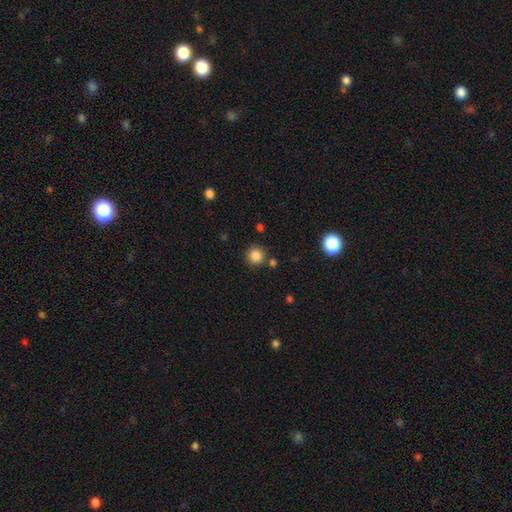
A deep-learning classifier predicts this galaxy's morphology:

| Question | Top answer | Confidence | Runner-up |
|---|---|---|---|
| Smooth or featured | smooth | 85% | star or artifact (11%) |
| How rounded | round | 94% | in between (5%) |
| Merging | none | 83% | minor disturbance (8%) |